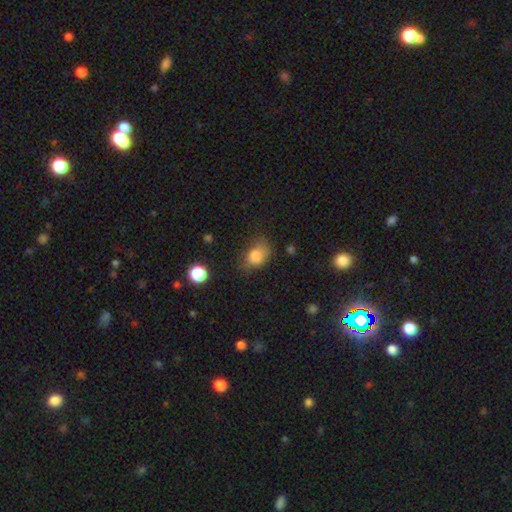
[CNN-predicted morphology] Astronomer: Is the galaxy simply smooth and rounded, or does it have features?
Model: smooth — 82%.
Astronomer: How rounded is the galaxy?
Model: in between — 66%.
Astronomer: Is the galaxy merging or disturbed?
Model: none — 50% (runner-up: minor disturbance, 32%).